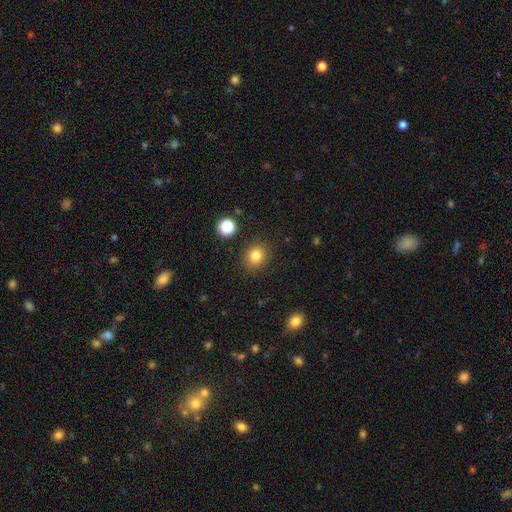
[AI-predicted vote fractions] The model was most divided on "how rounded": round: 78%, in between: 21%, cigar-shaped: 1%. More confident: merging — none (88%); smooth or featured — smooth (82%).